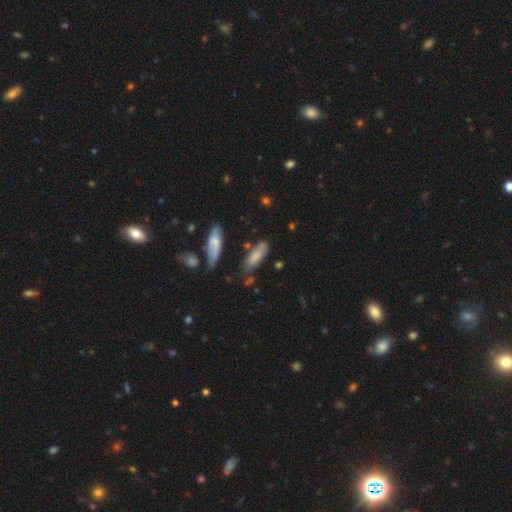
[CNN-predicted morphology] Overall: smooth (76%). How rounded: in between (63%; cigar-shaped 34%). Merging: none (64%).